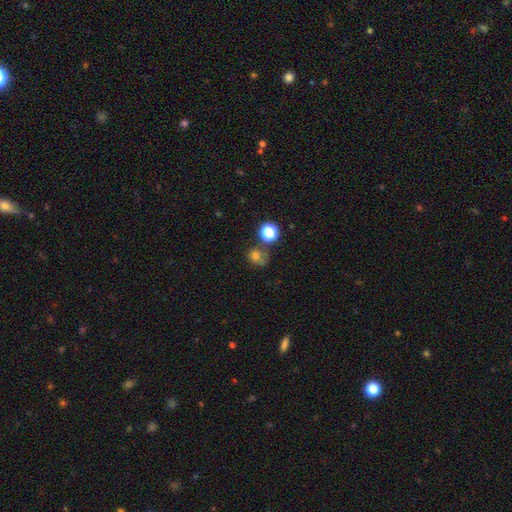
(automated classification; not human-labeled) A smooth galaxy with no disk features (70%) that is round (68%). Merging: none (45%).